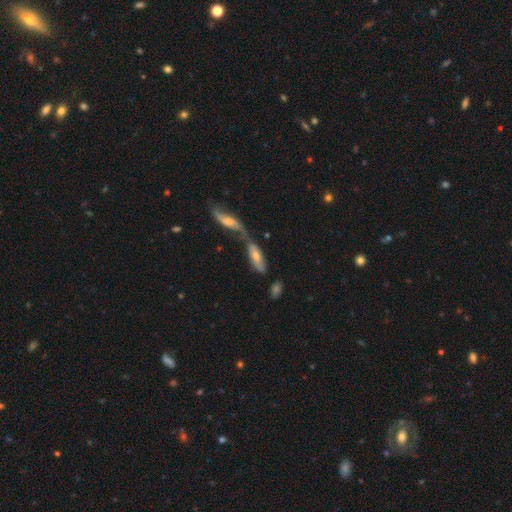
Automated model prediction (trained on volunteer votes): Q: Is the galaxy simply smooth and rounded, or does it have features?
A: featured or disk — 51%.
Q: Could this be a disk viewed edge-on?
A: no — 71%.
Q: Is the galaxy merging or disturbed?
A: merger — 66%.